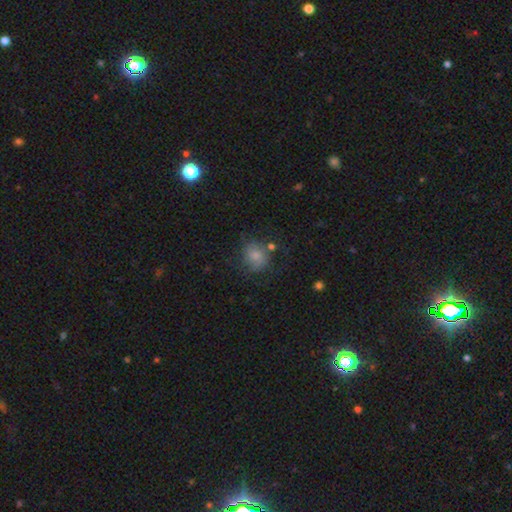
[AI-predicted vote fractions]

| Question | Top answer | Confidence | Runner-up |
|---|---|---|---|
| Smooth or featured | smooth | 67% | featured or disk (22%) |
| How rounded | round | 74% | in between (25%) |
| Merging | none | 56% | minor disturbance (23%) |